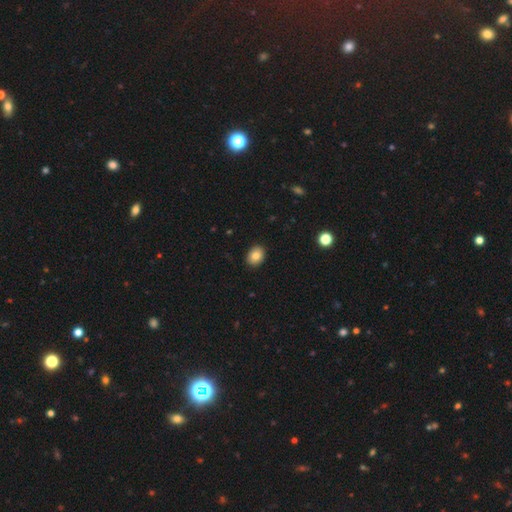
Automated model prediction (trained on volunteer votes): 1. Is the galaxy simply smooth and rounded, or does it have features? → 83% smooth, 9% star or artifact, 8% featured or disk.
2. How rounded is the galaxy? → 64% in between, 35% round, 1% cigar-shaped.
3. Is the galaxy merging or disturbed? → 90% none, 7% minor disturbance, 2% major disturbance, 1% merger.